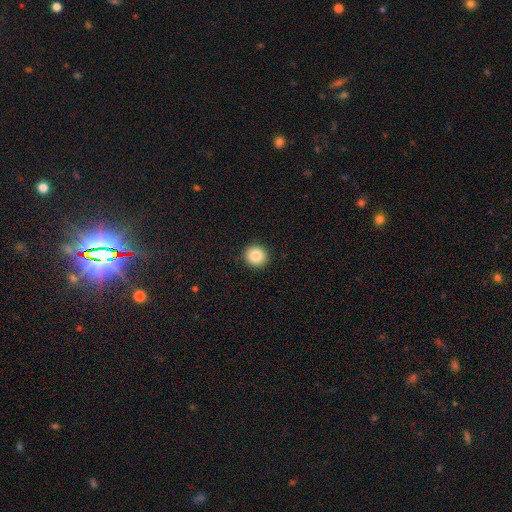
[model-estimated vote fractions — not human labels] The model was most divided on "smooth or featured": smooth: 85%, star or artifact: 9%, featured or disk: 6%. More confident: merging — none (93%); how rounded — round (91%).